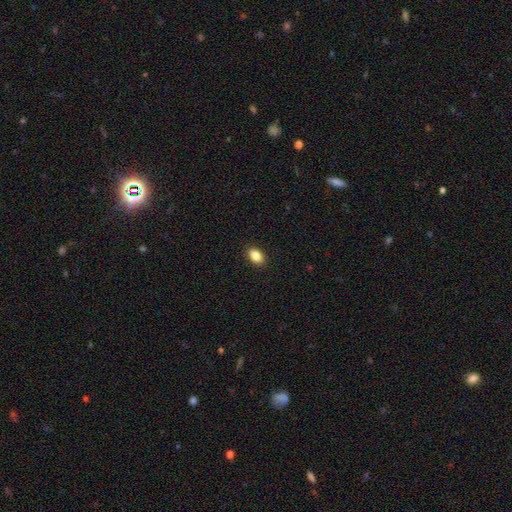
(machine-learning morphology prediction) smooth-or-featured: smooth: 86% | star or artifact: 8% | featured or disk: 6%
  how-rounded: in between: 86% | round: 13% | cigar-shaped: 2%
  merging: none: 90% | minor disturbance: 7% | major disturbance: 2% | merger: 1%